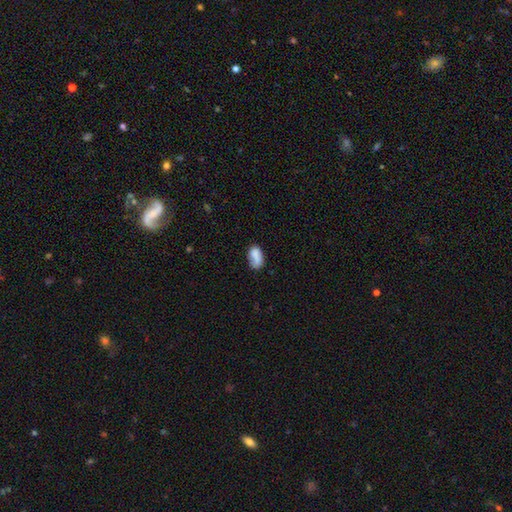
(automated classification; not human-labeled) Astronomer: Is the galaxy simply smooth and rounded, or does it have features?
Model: smooth — 78%.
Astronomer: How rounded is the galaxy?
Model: in between — 89%.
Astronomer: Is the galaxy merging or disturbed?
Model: none — 51% (runner-up: minor disturbance, 27%).